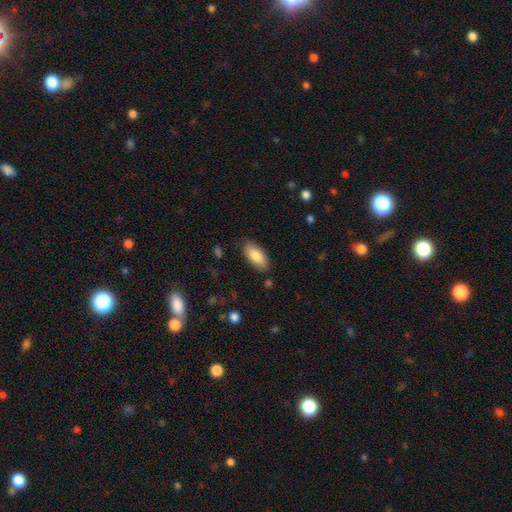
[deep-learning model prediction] A smooth galaxy with no disk features (82%) that is in between round and cigar-shaped (87%).

Vote fractions:
- Smooth or featured? smooth: 82% / featured or disk: 12% / star or artifact: 6%
- How rounded? in between: 87% / cigar-shaped: 11% / round: 2%
- Merging? none: 85% / minor disturbance: 11% / major disturbance: 2% / merger: 1%